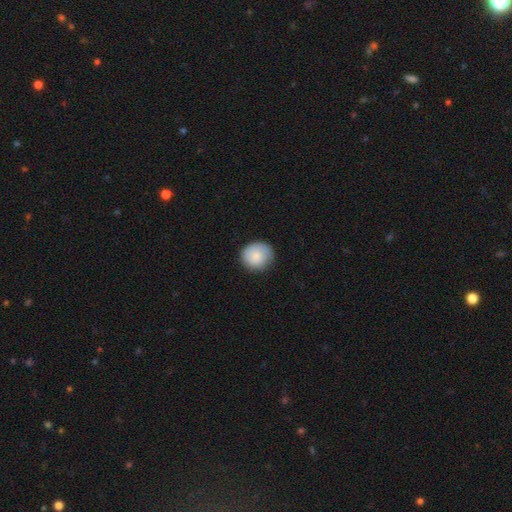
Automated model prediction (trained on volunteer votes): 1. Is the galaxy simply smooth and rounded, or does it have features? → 80% smooth, 13% featured or disk, 7% star or artifact.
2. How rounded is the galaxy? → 80% round, 19% in between, 1% cigar-shaped.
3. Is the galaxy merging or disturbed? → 81% none, 15% minor disturbance, 3% major disturbance, 1% merger.